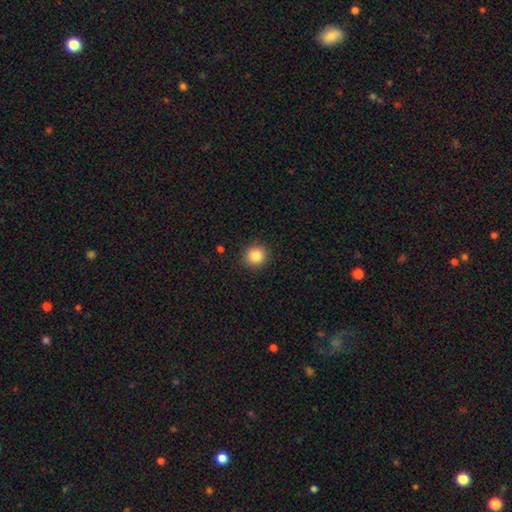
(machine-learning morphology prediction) Q: Smooth or featured?
A: smooth (85%); runner-up: star or artifact (10%)
Q: How rounded?
A: round (90%); runner-up: in between (9%)
Q: Merging?
A: none (92%); runner-up: minor disturbance (6%)